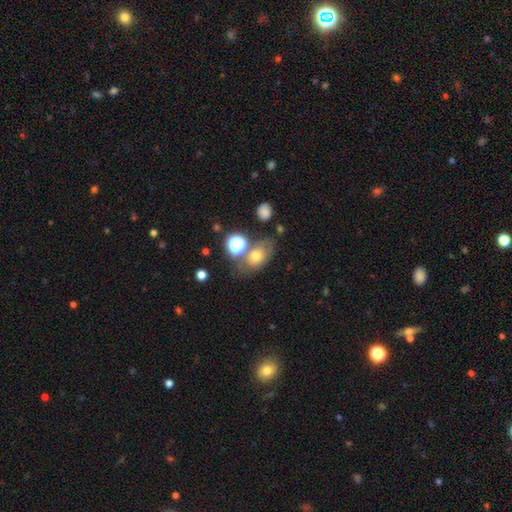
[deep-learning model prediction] Smooth or featured? smooth (63%)
How rounded? in between (70%)
Merging? none (54%)